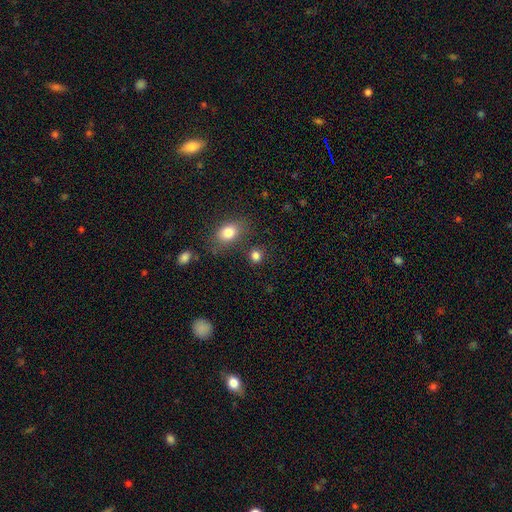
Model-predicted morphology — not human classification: Smooth or featured? Predicted: smooth (p=0.83). How rounded? Predicted: round (p=0.74). Merging? Predicted: none (p=0.76).